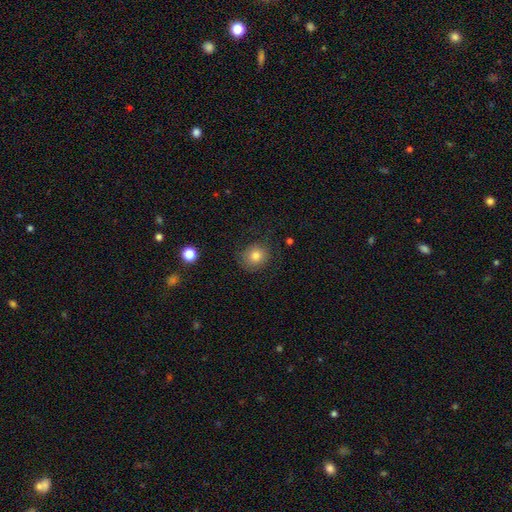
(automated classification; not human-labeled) A smooth galaxy with no disk features (80%) that is round (81%). Merging: none (79%).